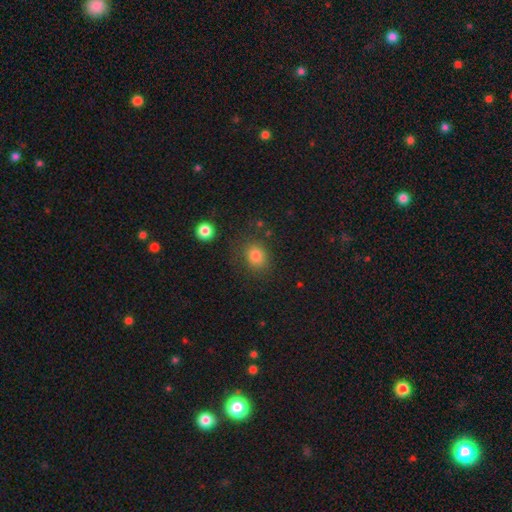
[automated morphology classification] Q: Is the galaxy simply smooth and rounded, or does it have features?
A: smooth — 82%.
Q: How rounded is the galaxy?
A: round — 60%.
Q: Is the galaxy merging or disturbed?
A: none — 77%.